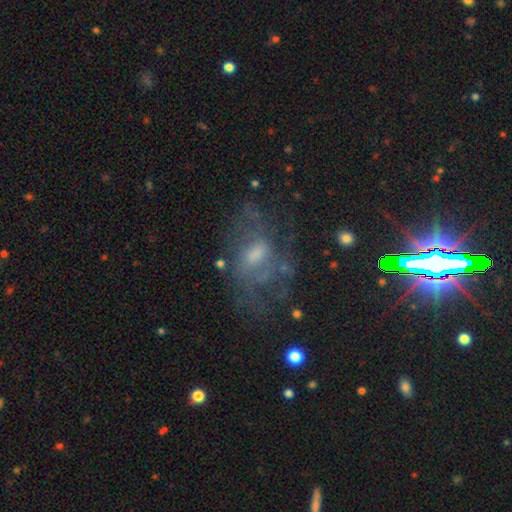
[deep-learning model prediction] A featured or disk galaxy (59%) with no bar (52%), spiral arms (57%) and a moderate central bulge (46%). Merging: none (52%).